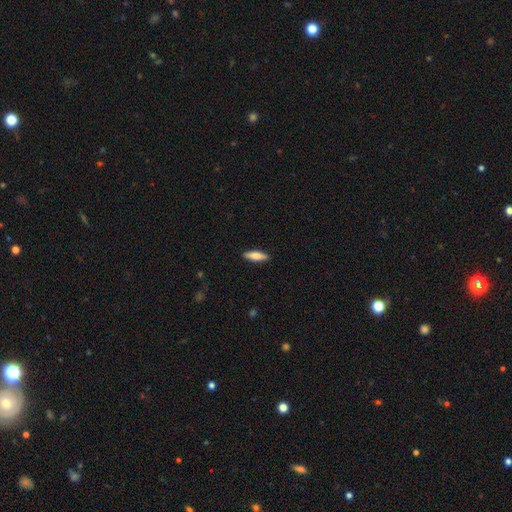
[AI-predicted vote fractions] The model was most divided on "how rounded": cigar-shaped: 56%, in between: 42%, round: 2%. More confident: merging — none (89%); smooth or featured — smooth (77%).